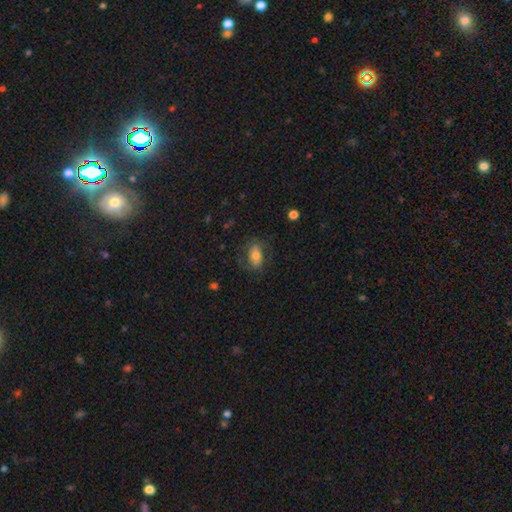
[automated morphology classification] A smooth galaxy with no disk features (65%) that is in between round and cigar-shaped (85%). Merging: none (70%).